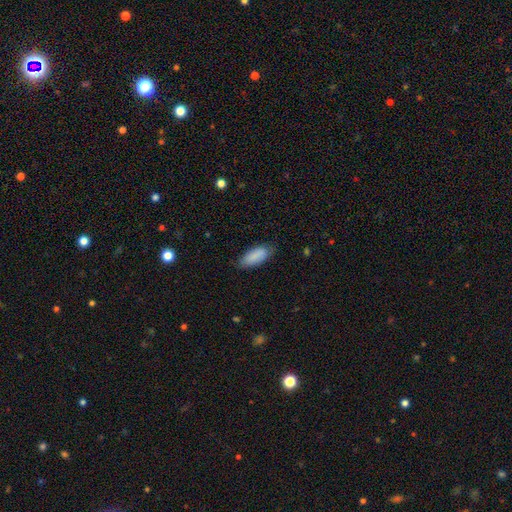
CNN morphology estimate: smooth-or-featured: smooth: 88% | featured or disk: 6% | star or artifact: 6%
  how-rounded: in between: 84% | cigar-shaped: 15% | round: 2%
  merging: none: 78% | minor disturbance: 18% | major disturbance: 3% | merger: 1%